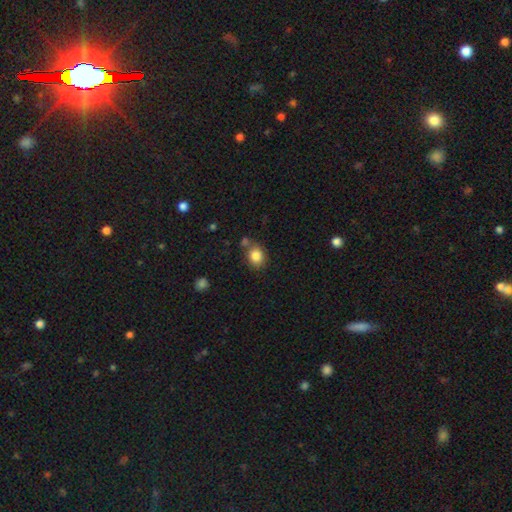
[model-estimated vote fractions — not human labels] A smooth galaxy with no disk features (84%) that is round (56%).

Vote fractions:
- Smooth or featured? smooth: 84% / star or artifact: 9% / featured or disk: 6%
- How rounded? round: 56% / in between: 43% / cigar-shaped: 1%
- Merging? none: 67% / merger: 15% / minor disturbance: 14% / major disturbance: 4%